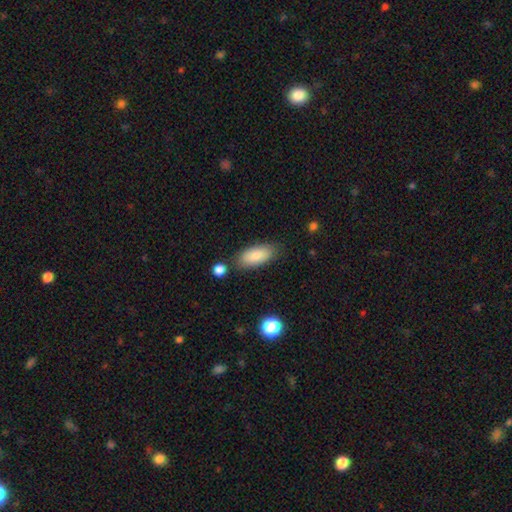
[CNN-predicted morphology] This appears to be a smooth galaxy with no disk features (85%) that is in between round and cigar-shaped (86%). Merging: none (79%).